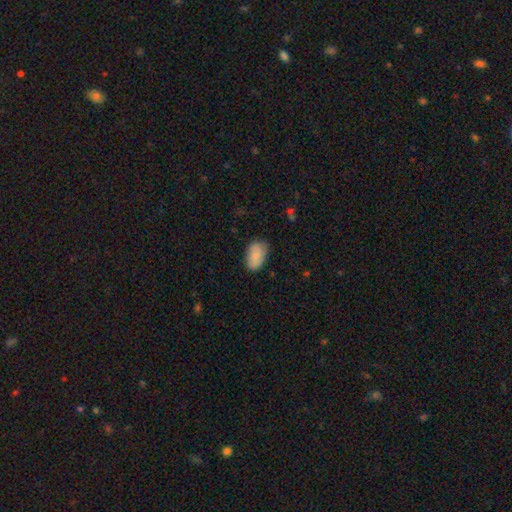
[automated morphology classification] Smooth or featured?
  - smooth: 78% *
  - featured or disk: 15%
  - star or artifact: 7%
How rounded?
  - in between: 90% *
  - round: 8%
  - cigar-shaped: 1%
Merging?
  - none: 71% *
  - minor disturbance: 23%
  - major disturbance: 5%
  - merger: 2%